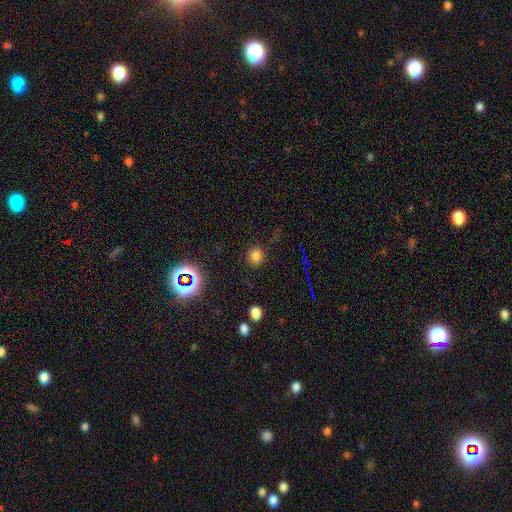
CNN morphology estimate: Smooth or featured? Predicted: smooth (p=0.74). How rounded? Predicted: round (p=0.82). Merging? Predicted: none (p=0.85).